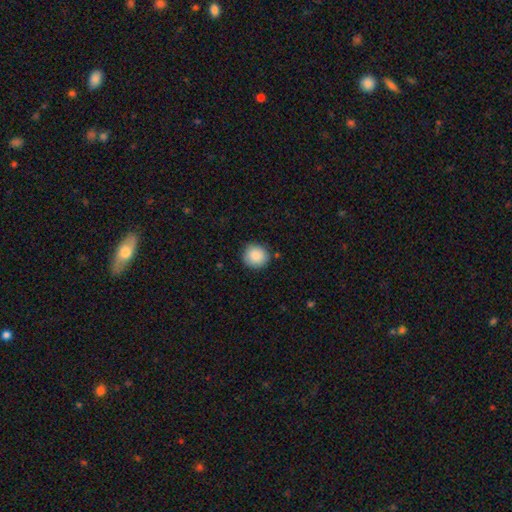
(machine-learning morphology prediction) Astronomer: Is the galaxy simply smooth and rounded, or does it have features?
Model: smooth — 88%.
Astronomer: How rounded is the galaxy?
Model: round — 91%.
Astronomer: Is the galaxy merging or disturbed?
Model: none — 88%.